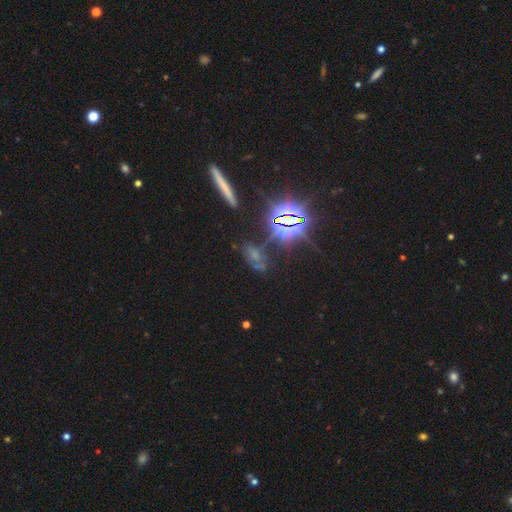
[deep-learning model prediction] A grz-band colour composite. It shows a star or artifact, not a galaxy (54%).